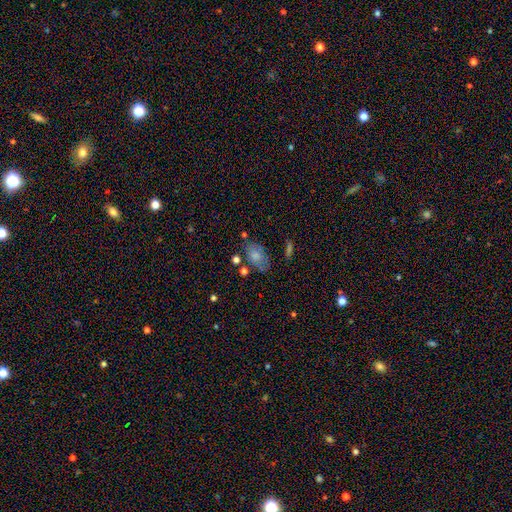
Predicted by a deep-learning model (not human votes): smooth_or_featured: smooth (p=0.75) [alt: featured or disk p=0.16]
how_rounded: in between (p=0.88) [alt: round p=0.10]
merging: none (p=0.63) [alt: minor disturbance p=0.22]